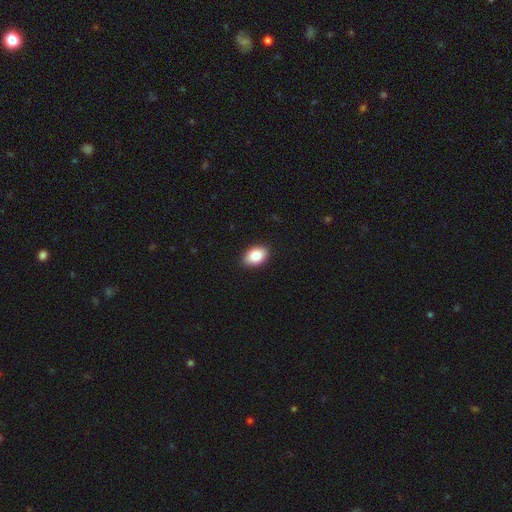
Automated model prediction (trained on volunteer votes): Smooth or featured? Predicted: smooth (p=0.87). How rounded? Predicted: in between (p=0.88). Merging? Predicted: none (p=0.89).